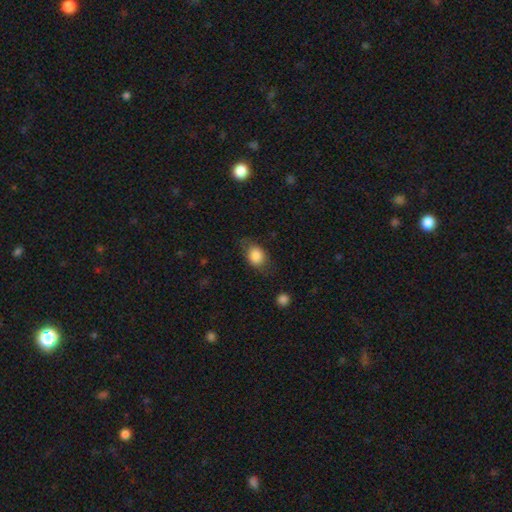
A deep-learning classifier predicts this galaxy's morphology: smooth 82%, featured or disk 10%, star or artifact 8%. Down the decision tree: how rounded — in between (61%); merging — none (66%).